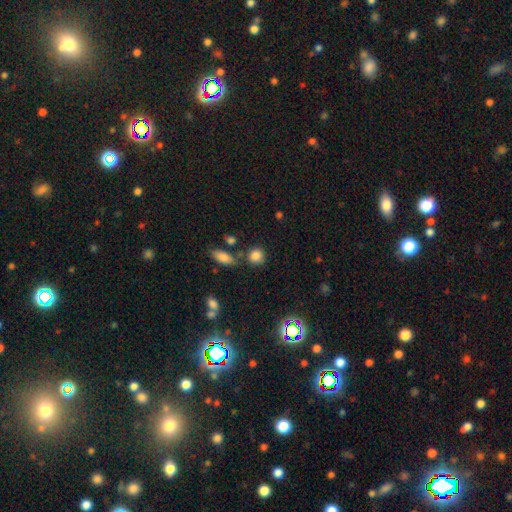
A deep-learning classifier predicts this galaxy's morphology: Overall: smooth (84%). How rounded: round (82%). Merging: none (73%).